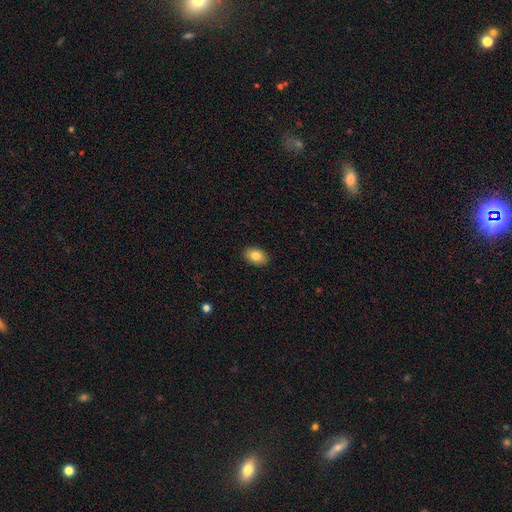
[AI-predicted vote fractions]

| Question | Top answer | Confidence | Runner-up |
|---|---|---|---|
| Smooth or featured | smooth | 82% | featured or disk (10%) |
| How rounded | in between | 83% | round (16%) |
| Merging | none | 90% | minor disturbance (7%) |